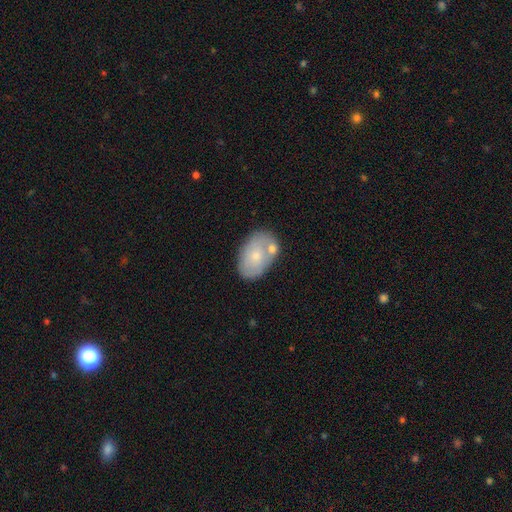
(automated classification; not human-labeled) Smooth or featured? Predicted: smooth (p=0.64). How rounded? Predicted: in between (p=0.89). Merging? Predicted: none (p=0.55).